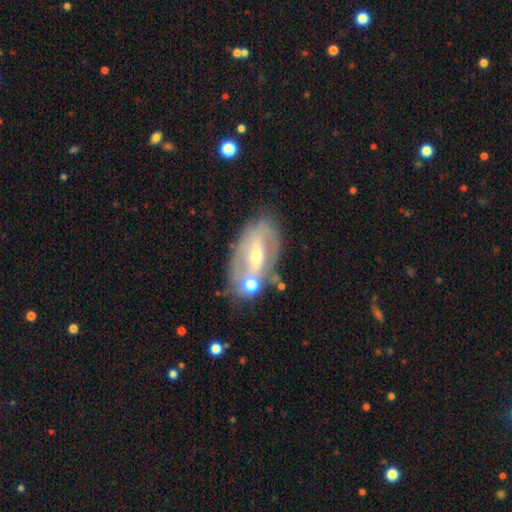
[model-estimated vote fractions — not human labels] featured or disk 76%, smooth 16%, star or artifact 7%. Down the decision tree: edge-on disk — no (91%); bar — strong (42%); spiral arms — yes (67%); bulge size — small (53%); merging — none (61%).